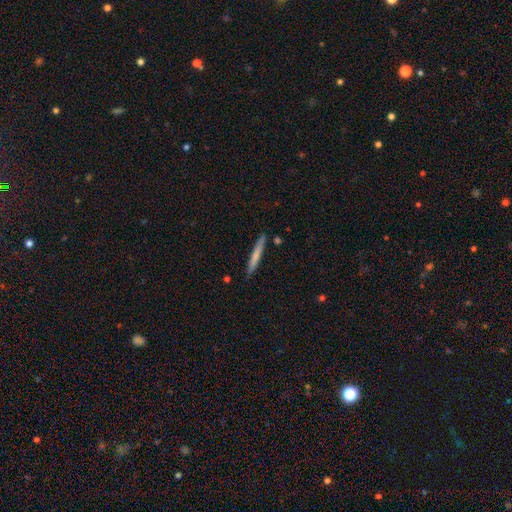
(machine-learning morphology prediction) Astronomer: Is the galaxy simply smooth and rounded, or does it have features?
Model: smooth — 69%.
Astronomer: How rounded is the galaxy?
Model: cigar-shaped — 96%.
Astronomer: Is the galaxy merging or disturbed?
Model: none — 88%.